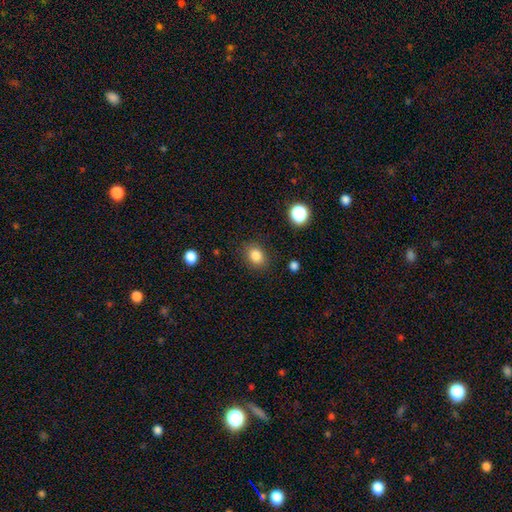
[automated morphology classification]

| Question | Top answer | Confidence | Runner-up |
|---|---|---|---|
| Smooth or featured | smooth | 84% | star or artifact (10%) |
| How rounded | round | 51% | in between (48%) |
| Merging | none | 84% | minor disturbance (11%) |